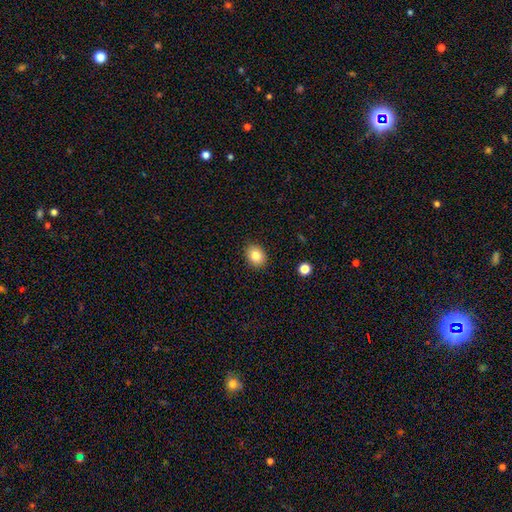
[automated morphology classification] smooth 83%, star or artifact 10%, featured or disk 7%. Down the decision tree: how rounded — in between (51%); merging — none (89%).